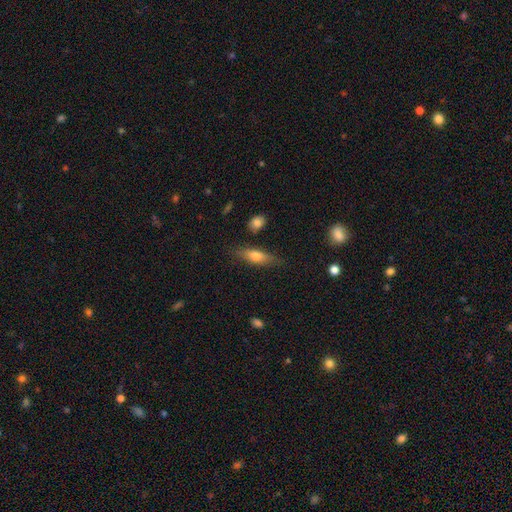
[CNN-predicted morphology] Smooth or featured? smooth (66%)
How rounded? in between (50%)
Merging? none (75%)